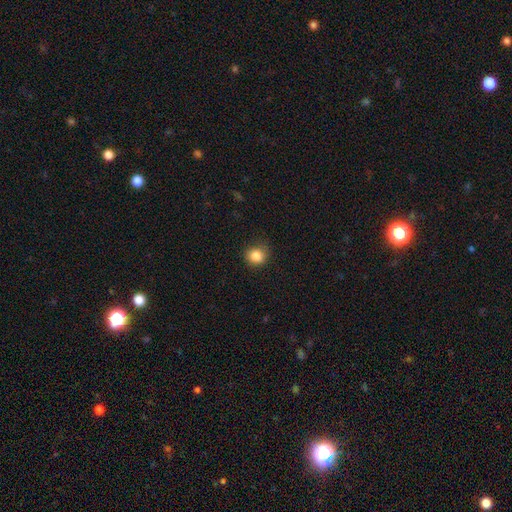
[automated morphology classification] This is clearly a smooth galaxy (85%). How rounded: likely round (75%). Merging: likely none (75%).